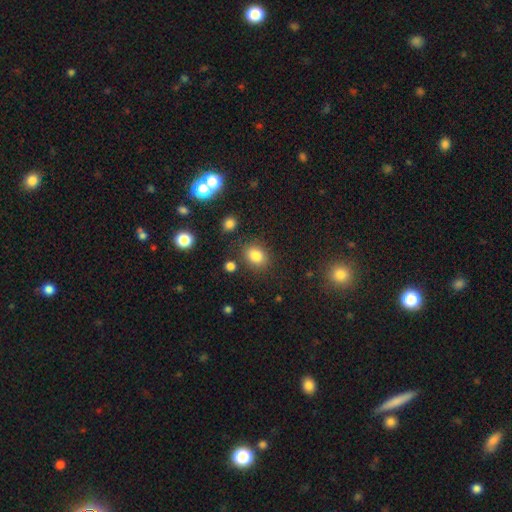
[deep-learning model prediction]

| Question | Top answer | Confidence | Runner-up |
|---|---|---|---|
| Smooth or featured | smooth | 81% | star or artifact (12%) |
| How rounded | round | 53% | in between (46%) |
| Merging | none | 81% | minor disturbance (11%) |